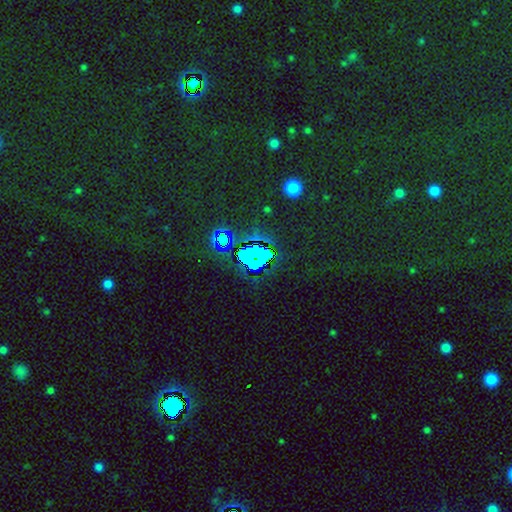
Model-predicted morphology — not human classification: The model was most divided on "smooth or featured": star or artifact: 71%, smooth: 17%, featured or disk: 12%.